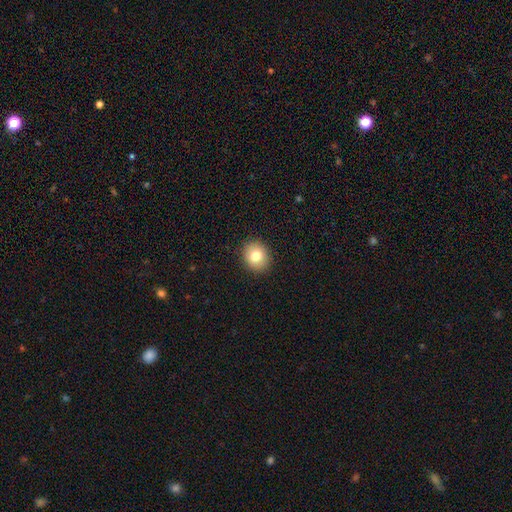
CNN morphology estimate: A smooth galaxy with no disk features (79%) that is round (77%). Merging: none (91%).